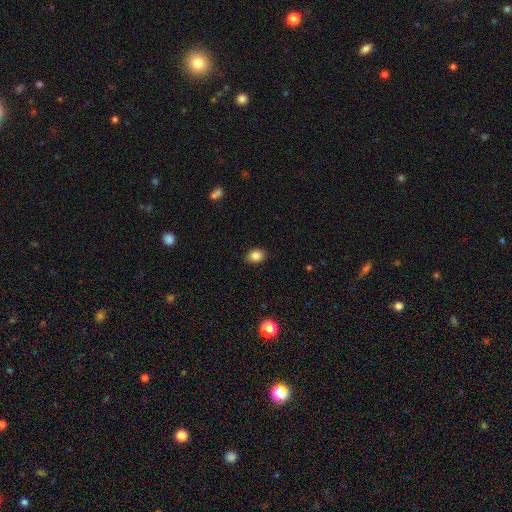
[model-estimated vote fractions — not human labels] The model was most divided on "how rounded": in between: 69%, round: 30%, cigar-shaped: 1%. More confident: merging — none (89%); smooth or featured — smooth (85%).